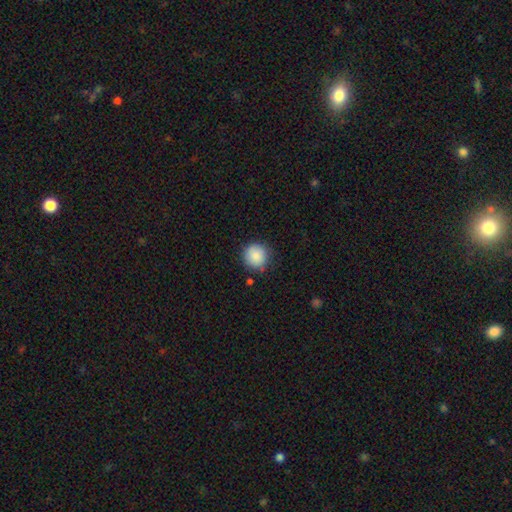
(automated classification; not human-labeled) This appears to be a smooth galaxy with no disk features (87%) that is round (94%). Merging: none (84%).